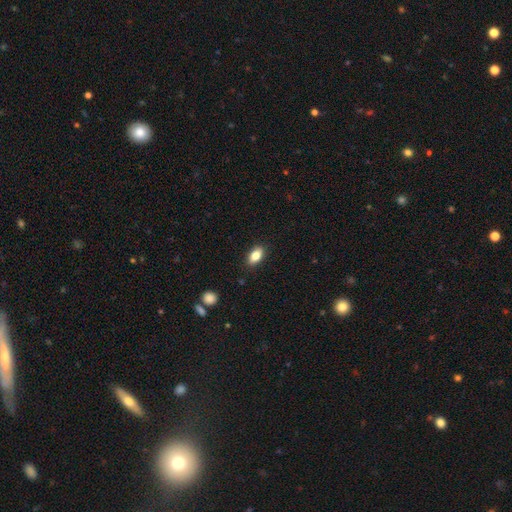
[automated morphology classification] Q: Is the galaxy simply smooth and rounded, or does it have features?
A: smooth — 83%.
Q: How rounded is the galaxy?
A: in between — 88%.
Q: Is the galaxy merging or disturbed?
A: none — 87%.